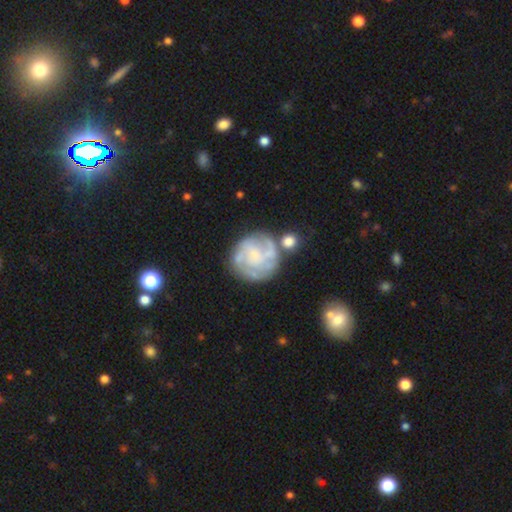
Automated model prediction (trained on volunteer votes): Smooth or featured: featured or disk — 72% (smooth — 21%)
Edge-on disk: no — 98% (yes — 2%)
Bar: no — 70% (weak — 25%)
Spiral arms: yes — 78% (no — 22%)
Spiral winding: tight — 52% (medium — 34%)
Spiral arm count: can't tell — 39% (3 — 24%)
Bulge size: small — 50% (moderate — 23%)
Merging: none — 62% (minor disturbance — 18%)